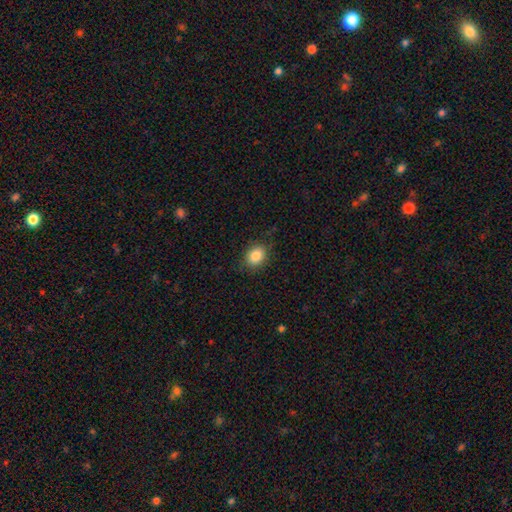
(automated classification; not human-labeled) Overall: smooth (86%). How rounded: in between (62%; round 37%). Merging: none (84%).